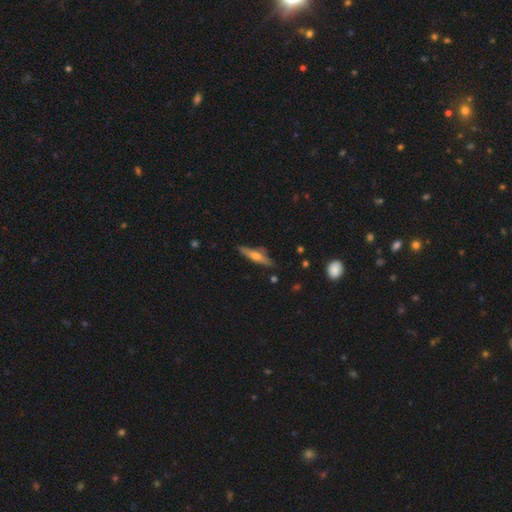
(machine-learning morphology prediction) Smooth or featured: featured or disk — 56% (smooth — 37%)
Edge-on disk: yes — 93% (no — 7%)
Edge-on bulge: rounded — 85% (none — 8%)
Merging: none — 81% (minor disturbance — 14%)